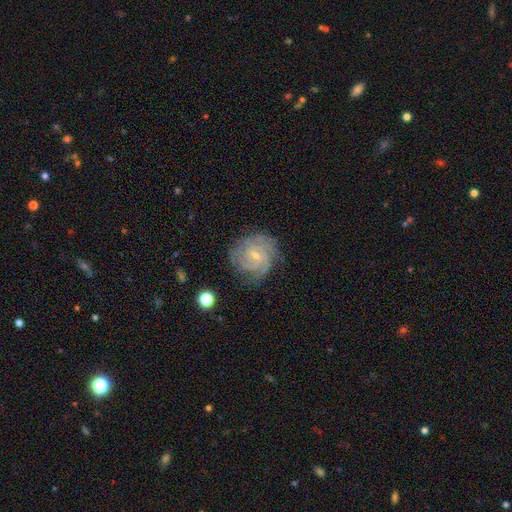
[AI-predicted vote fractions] This is clearly a featured or disk galaxy (86%). It is clearly not viewed edge-on (98%). Bar: possibly weak (51%). Spiral arm pattern: clearly yes (97%). Spiral arm count: marginally 3 (29%). Spiral winding: likely tight (70%). Central bulge: likely small (72%). Merging: likely none (74%).